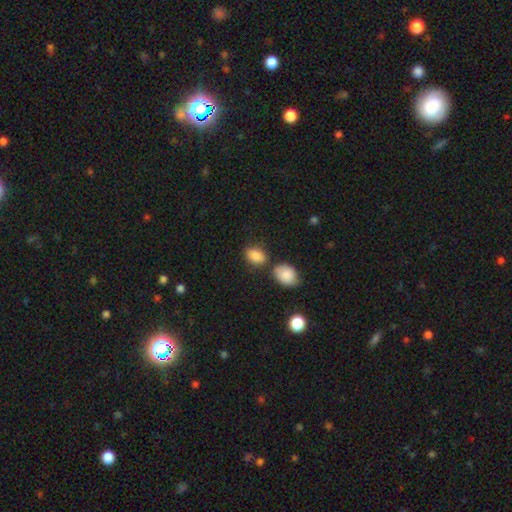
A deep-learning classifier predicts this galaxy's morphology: A smooth galaxy with no disk features (86%) that is in between round and cigar-shaped (83%). Merging: none (64%).